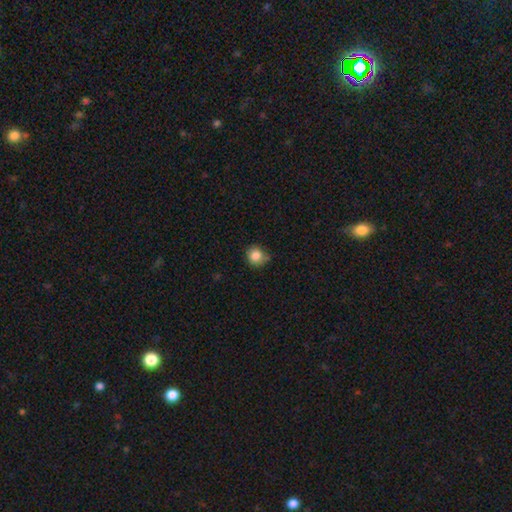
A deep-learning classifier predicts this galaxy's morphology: The model was most divided on "merging": none: 63%, minor disturbance: 29%, major disturbance: 6%, merger: 2%. More confident: how rounded — round (84%); smooth or featured — smooth (84%).